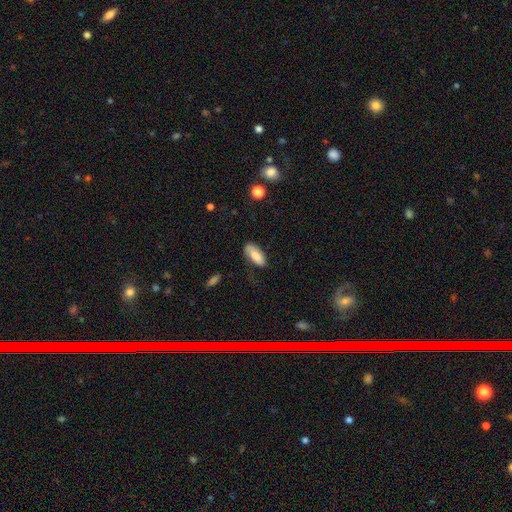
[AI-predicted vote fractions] smooth 77%, featured or disk 16%, star or artifact 7%. Down the decision tree: how rounded — in between (85%); merging — none (59%).